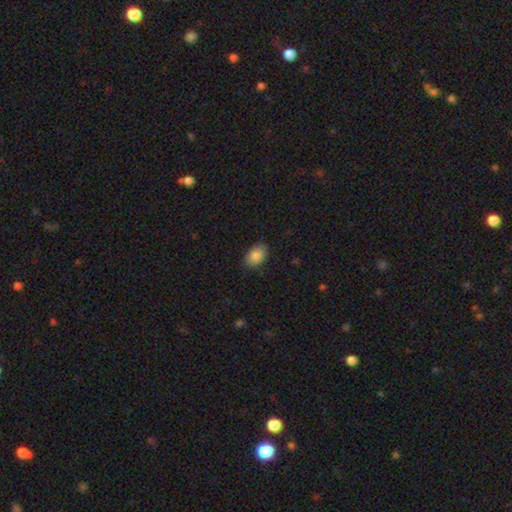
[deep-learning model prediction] A smooth galaxy with no disk features (87%) that is in between round and cigar-shaped (87%).

Vote fractions:
- Smooth or featured? smooth: 87% / star or artifact: 7% / featured or disk: 5%
- How rounded? in between: 87% / round: 12% / cigar-shaped: 1%
- Merging? none: 85% / minor disturbance: 12% / major disturbance: 2% / merger: 1%